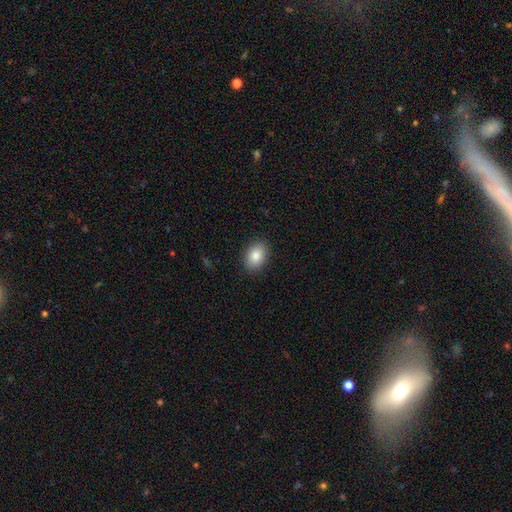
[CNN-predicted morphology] This is clearly a smooth galaxy (86%). How rounded: clearly in between (82%). Merging: clearly none (89%).